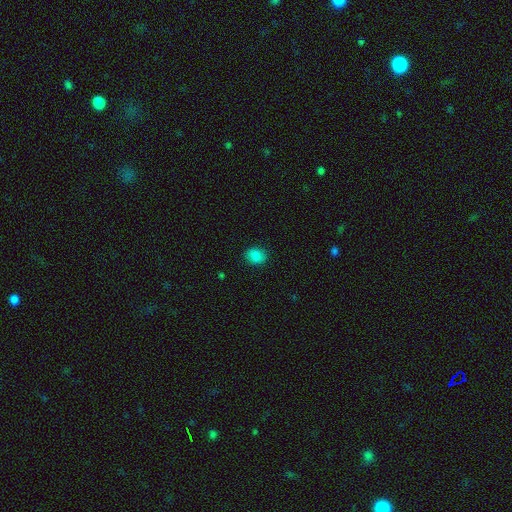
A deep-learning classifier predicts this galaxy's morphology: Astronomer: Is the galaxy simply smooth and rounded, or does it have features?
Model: smooth — 84%.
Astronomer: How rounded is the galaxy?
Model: round — 58% (runner-up: in between, 41%).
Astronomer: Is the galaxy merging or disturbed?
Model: none — 87%.